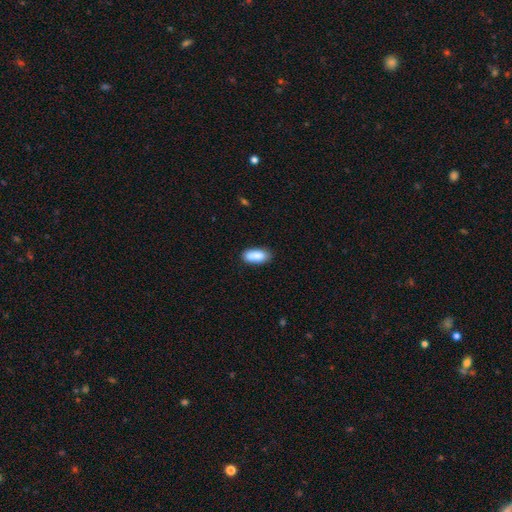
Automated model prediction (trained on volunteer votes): Q: Smooth or featured?
A: smooth (86%); runner-up: star or artifact (7%)
Q: How rounded?
A: in between (85%); runner-up: cigar-shaped (12%)
Q: Merging?
A: none (78%); runner-up: minor disturbance (15%)